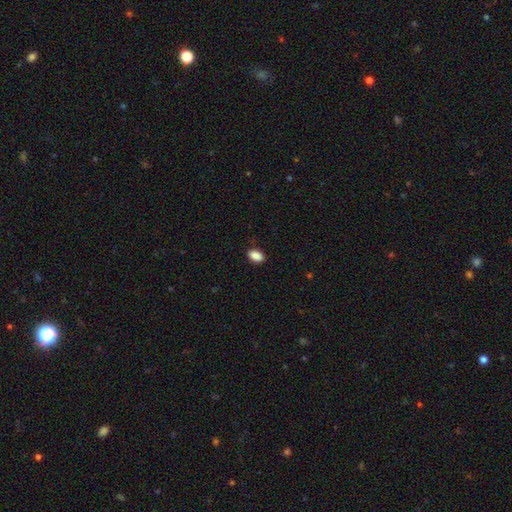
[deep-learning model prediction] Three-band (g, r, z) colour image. It shows a smooth galaxy with no disk features (89%) that is in between round and cigar-shaped (91%). Merging: none (87%).